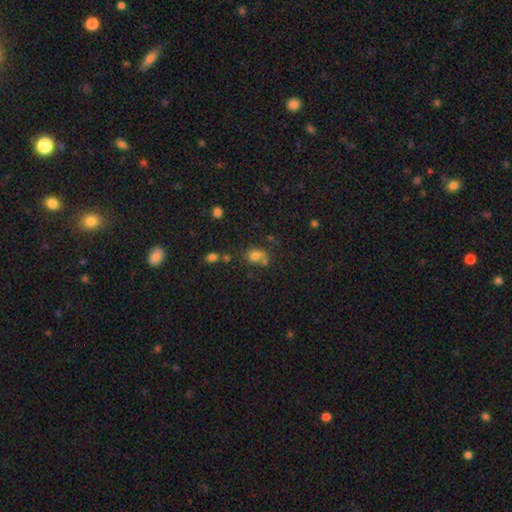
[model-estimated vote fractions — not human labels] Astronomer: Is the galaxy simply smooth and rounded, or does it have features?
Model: smooth — 71%.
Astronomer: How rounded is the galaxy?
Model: round — 56% (runner-up: in between, 43%).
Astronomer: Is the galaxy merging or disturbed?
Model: none — 43% (runner-up: merger, 29%).